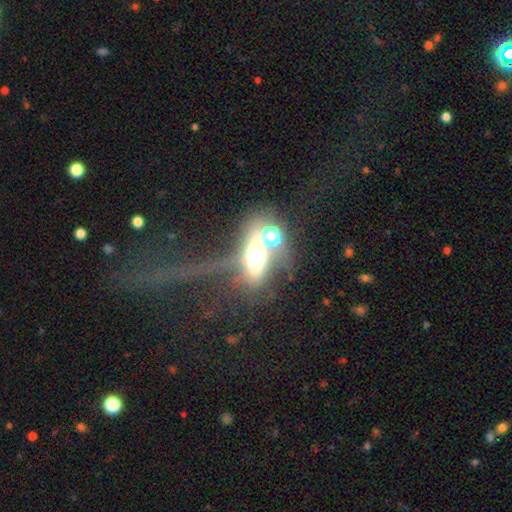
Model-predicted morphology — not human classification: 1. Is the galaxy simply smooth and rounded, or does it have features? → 40% featured or disk, 35% smooth, 25% star or artifact.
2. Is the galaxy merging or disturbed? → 34% merger, 27% major disturbance, 27% none, 12% minor disturbance.